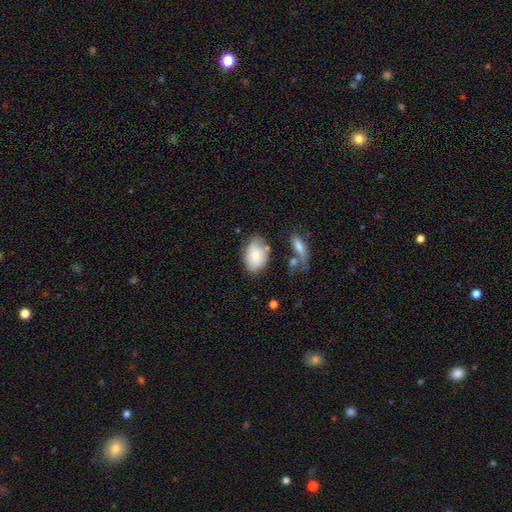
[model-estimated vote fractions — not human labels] This appears to be a smooth galaxy with no disk features (75%) that is in between round and cigar-shaped (85%). Merging: none (63%).